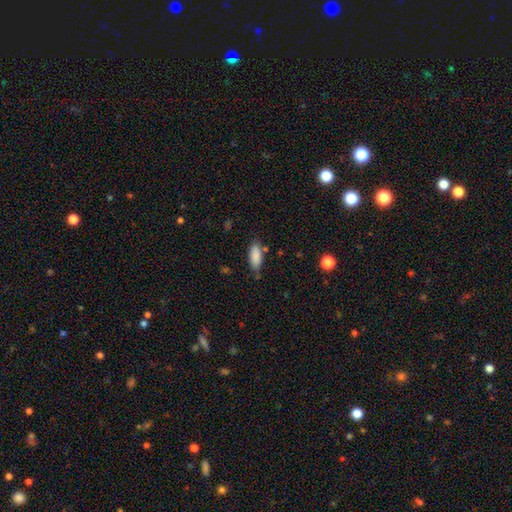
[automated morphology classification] A smooth galaxy with no disk features (87%) that is in between round and cigar-shaped (80%).

Vote fractions:
- Smooth or featured? smooth: 87% / star or artifact: 7% / featured or disk: 6%
- How rounded? in between: 80% / cigar-shaped: 18% / round: 2%
- Merging? none: 71% / minor disturbance: 20% / merger: 5% / major disturbance: 4%